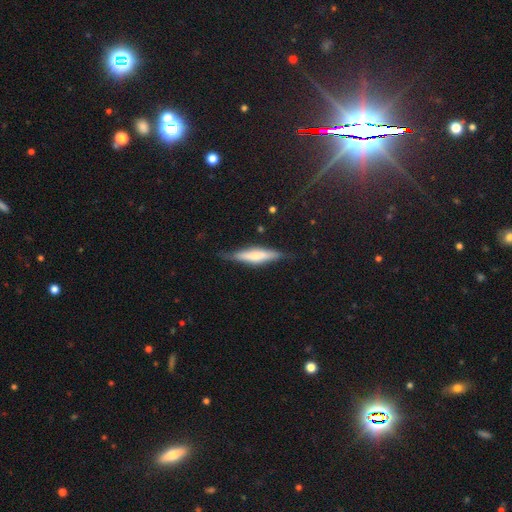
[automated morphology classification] smooth-or-featured: featured or disk: 48% | smooth: 47% | star or artifact: 6%
  merging: none: 77% | minor disturbance: 17% | major disturbance: 4% | merger: 1%